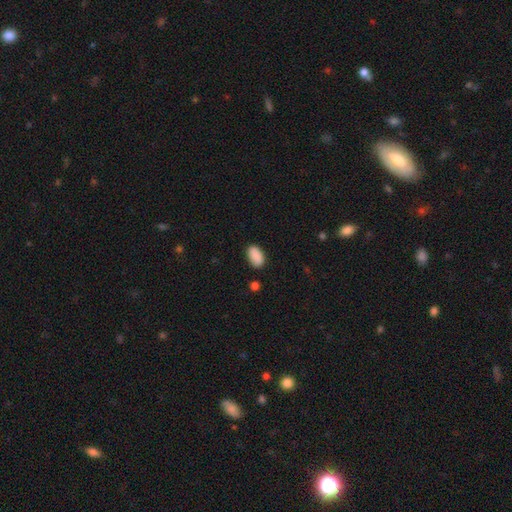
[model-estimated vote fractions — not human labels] Smooth or featured?
  - smooth: 89% *
  - star or artifact: 7%
  - featured or disk: 3%
How rounded?
  - in between: 94% *
  - round: 4%
  - cigar-shaped: 2%
Merging?
  - none: 83% *
  - minor disturbance: 13%
  - major disturbance: 3%
  - merger: 2%